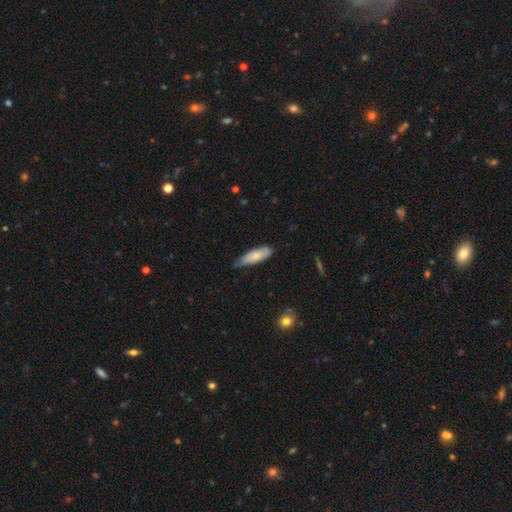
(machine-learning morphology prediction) A smooth galaxy with no disk features (78%) that is in between round and cigar-shaped (60%). Merging: none (52%).